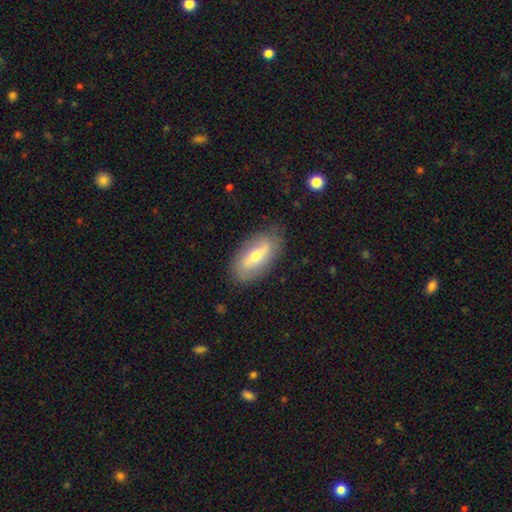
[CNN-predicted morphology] The model was most divided on "smooth or featured": featured or disk: 51%, smooth: 43%, star or artifact: 7%. More confident: merging — none (82%); edge-on disk — no (79%).